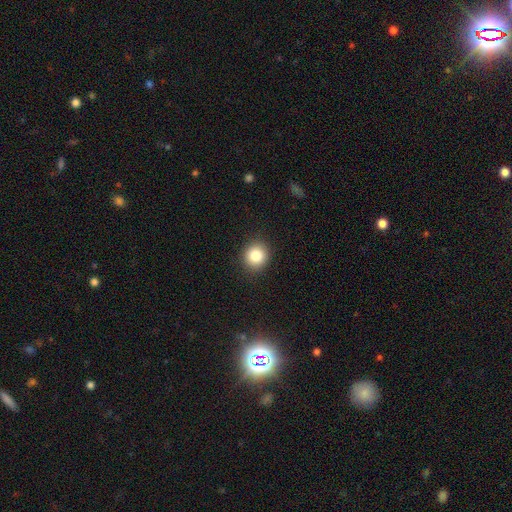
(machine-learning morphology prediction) This appears to be a smooth galaxy with no disk features (85%) that is round (84%). Merging: none (90%).